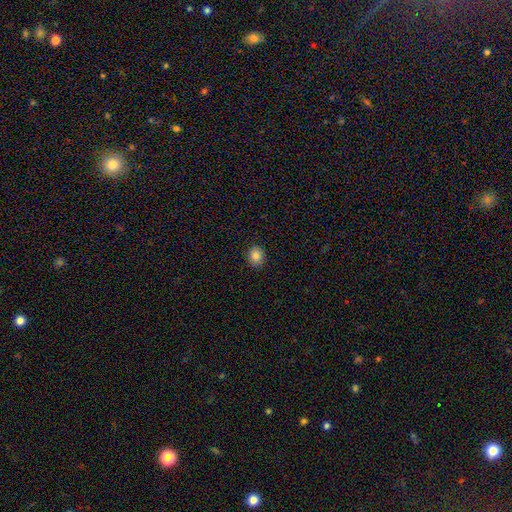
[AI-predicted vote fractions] A smooth galaxy with no disk features (83%) that is round (70%).

Vote fractions:
- Smooth or featured? smooth: 83% / star or artifact: 10% / featured or disk: 7%
- How rounded? round: 70% / in between: 29% / cigar-shaped: 1%
- Merging? none: 91% / minor disturbance: 7% / major disturbance: 2% / merger: 1%